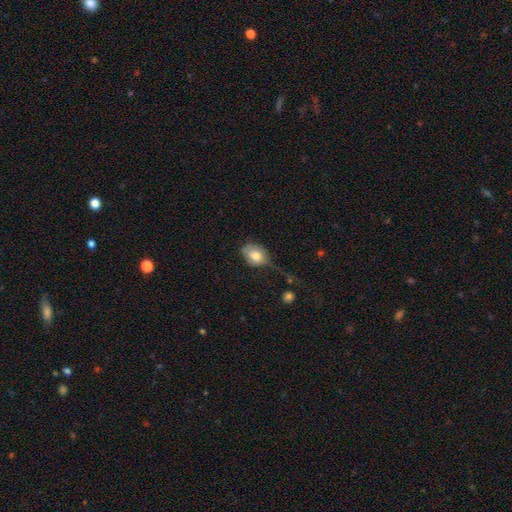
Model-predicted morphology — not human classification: smooth_or_featured: smooth (p=0.76) [alt: featured or disk p=0.16]
how_rounded: in between (p=0.70) [alt: round p=0.29]
merging: none (p=0.39) [alt: minor disturbance p=0.33]